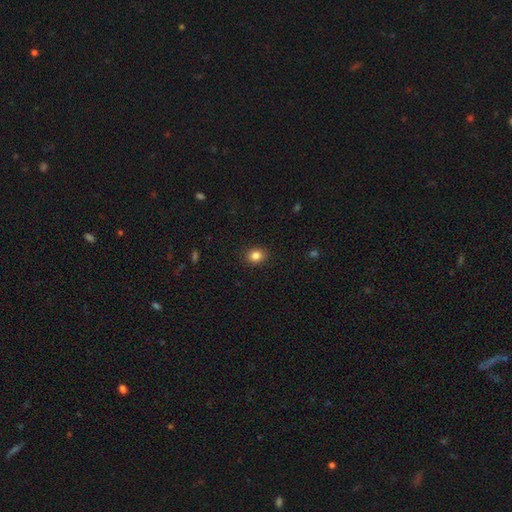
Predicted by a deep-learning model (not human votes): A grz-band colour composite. It shows a smooth galaxy with no disk features (85%) that is round (58%). Merging: none (90%).